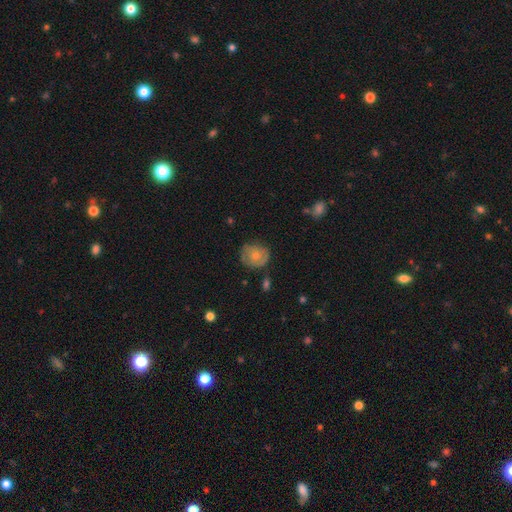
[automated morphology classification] This is possibly a smooth galaxy (60%). How rounded: likely round (78%). Merging: likely none (66%).